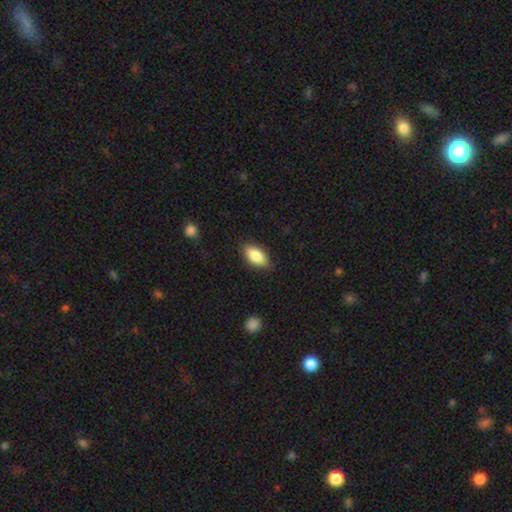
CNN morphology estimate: smooth_or_featured: smooth (p=0.82) [alt: featured or disk p=0.11]
how_rounded: in between (p=0.88) [alt: cigar-shaped p=0.08]
merging: none (p=0.83) [alt: minor disturbance p=0.13]